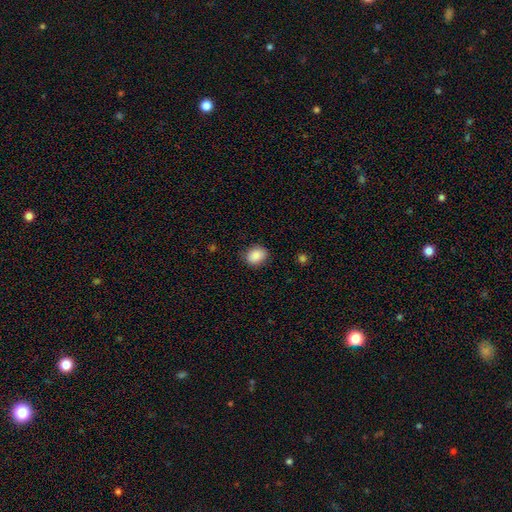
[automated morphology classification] Smooth or featured: smooth — 88% (star or artifact — 8%)
How rounded: round — 50% (in between — 49%)
Merging: none — 85% (minor disturbance — 11%)